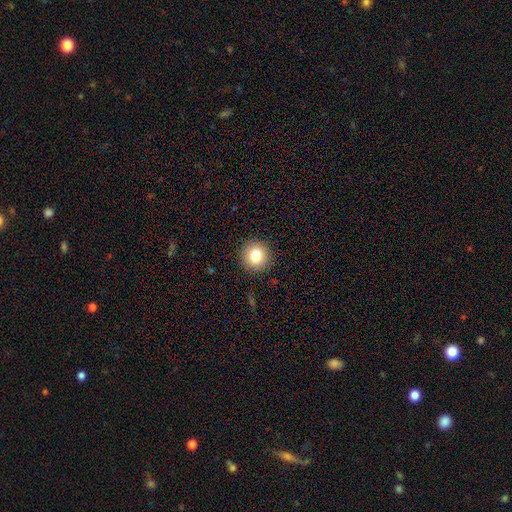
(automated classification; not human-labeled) Smooth or featured? smooth (80%)
How rounded? round (93%)
Merging? none (91%)